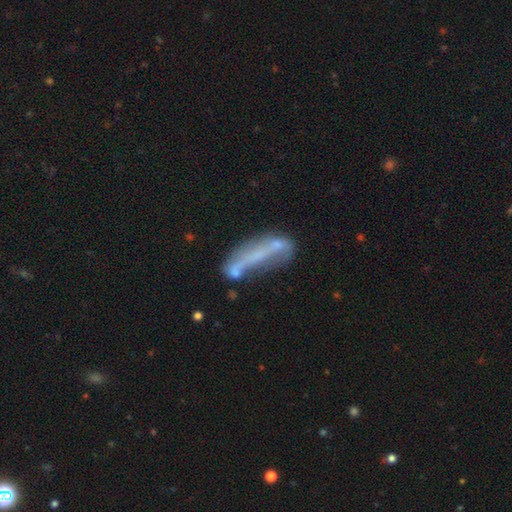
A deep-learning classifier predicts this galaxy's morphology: Smooth or featured?
  - featured or disk: 51% *
  - smooth: 37%
  - star or artifact: 12%
Edge-on disk?
  - no: 71% *
  - yes: 29%
Merging?
  - none: 33% *
  - major disturbance: 23%
  - merger: 22%
  - minor disturbance: 22%